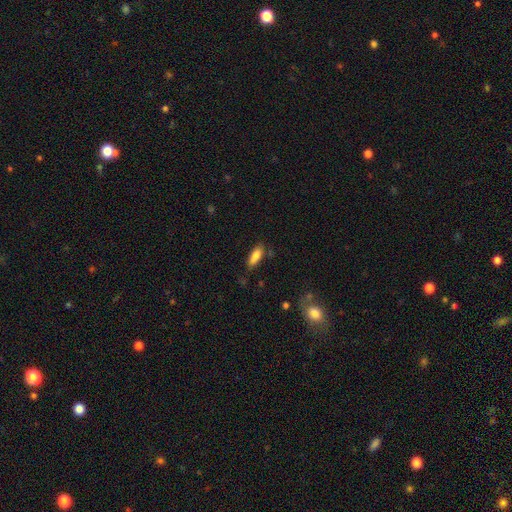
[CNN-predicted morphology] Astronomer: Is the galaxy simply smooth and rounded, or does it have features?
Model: smooth — 81%.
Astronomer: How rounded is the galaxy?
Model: in between — 68%.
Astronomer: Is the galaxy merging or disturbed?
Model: none — 72%.